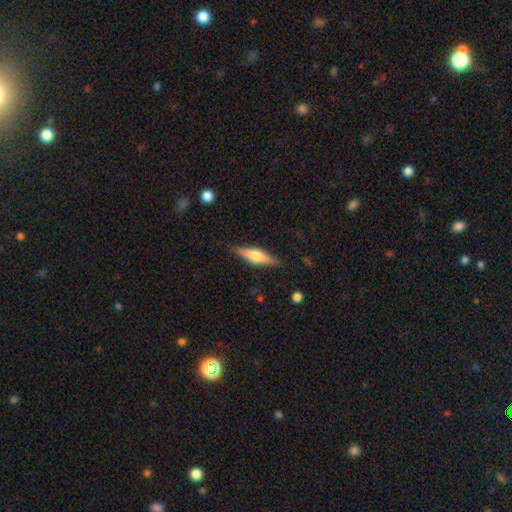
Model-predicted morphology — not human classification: This appears to be a featured or disk galaxy (53%) viewed edge-on (94%). Merging: none (85%).